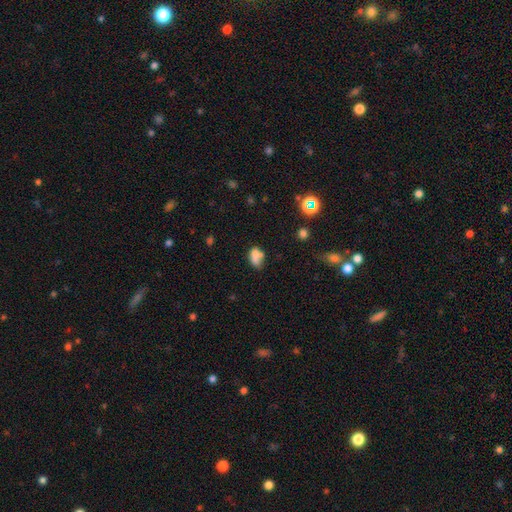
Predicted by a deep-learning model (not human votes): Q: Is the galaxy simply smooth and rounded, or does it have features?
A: smooth — 68%.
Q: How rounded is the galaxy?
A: in between — 76%.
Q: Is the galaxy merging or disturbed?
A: merger — 43%.